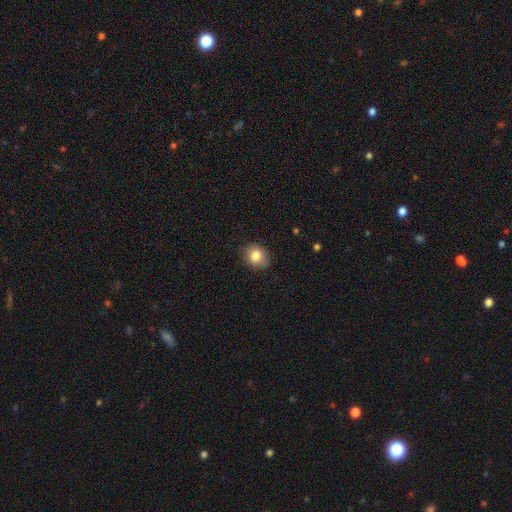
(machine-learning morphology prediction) The model was most divided on "how rounded": round: 59%, in between: 40%, cigar-shaped: 1%. More confident: merging — none (83%); smooth or featured — smooth (82%).